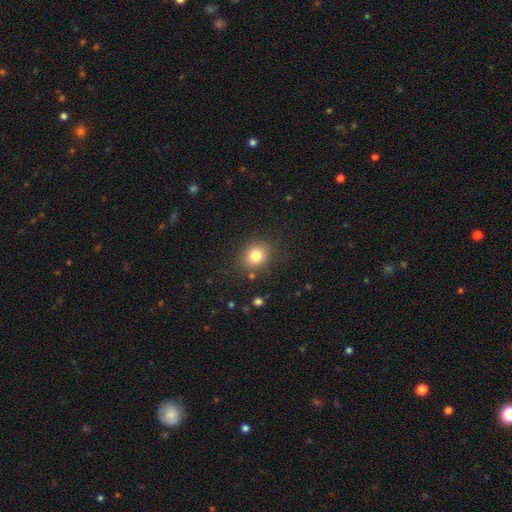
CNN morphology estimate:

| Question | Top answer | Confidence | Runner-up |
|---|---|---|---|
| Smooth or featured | smooth | 81% | star or artifact (12%) |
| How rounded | round | 70% | in between (29%) |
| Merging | none | 84% | minor disturbance (10%) |